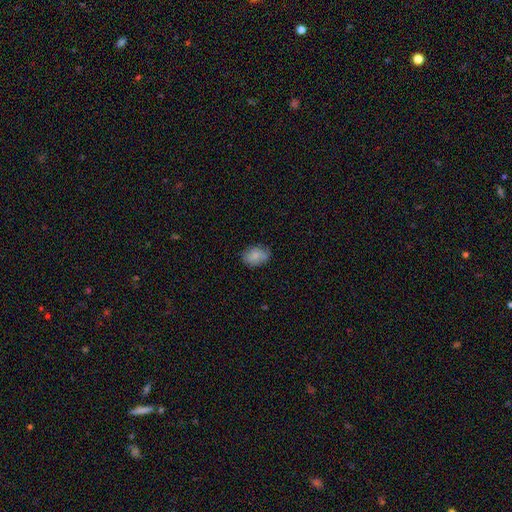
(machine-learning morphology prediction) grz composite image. It shows a smooth galaxy with no disk features (81%) that is in between round and cigar-shaped (79%). Merging: none (74%).